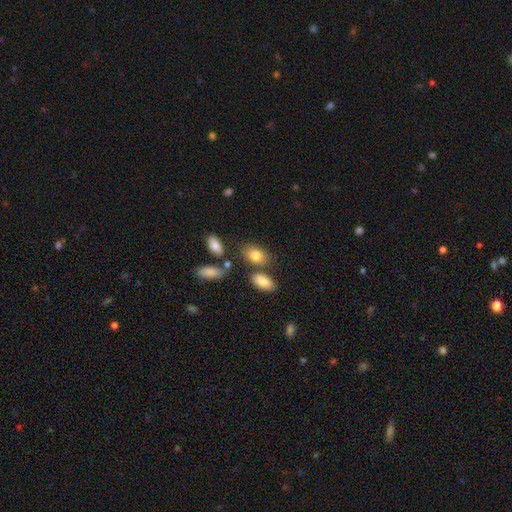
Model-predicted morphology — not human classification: Smooth or featured: smooth — 80% (featured or disk — 11%)
How rounded: in between — 83% (round — 15%)
Merging: none — 67% (minor disturbance — 16%)